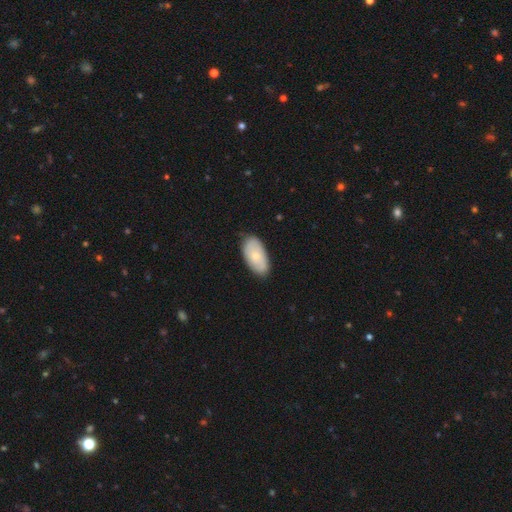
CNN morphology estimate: The model was most divided on "smooth or featured": smooth: 61%, featured or disk: 34%, star or artifact: 5%. More confident: how rounded — in between (94%); merging — none (82%).